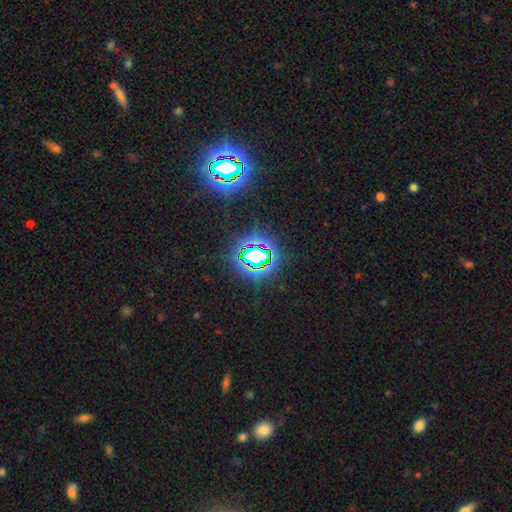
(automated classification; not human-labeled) This appears to be a star or artifact, not a galaxy (73%).